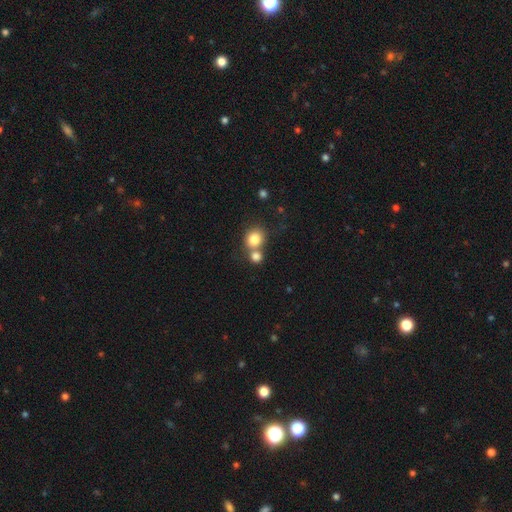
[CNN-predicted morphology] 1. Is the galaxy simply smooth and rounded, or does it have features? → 81% smooth, 11% star or artifact, 8% featured or disk.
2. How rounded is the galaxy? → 78% round, 21% in between, 1% cigar-shaped.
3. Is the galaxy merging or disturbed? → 45% merger, 44% none, 7% minor disturbance, 3% major disturbance.